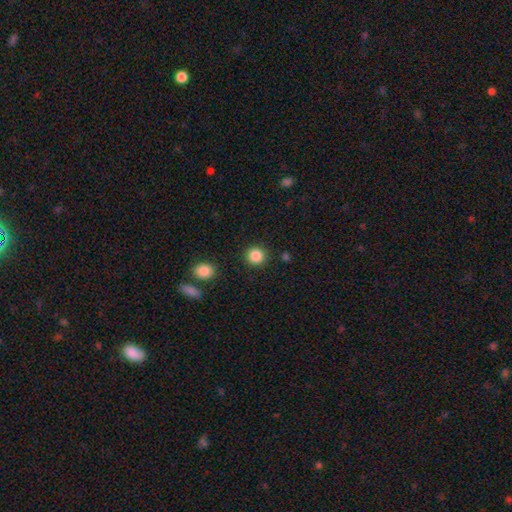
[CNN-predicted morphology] Smooth or featured?
  - smooth: 87% *
  - star or artifact: 10%
  - featured or disk: 3%
How rounded?
  - round: 92% *
  - in between: 7%
  - cigar-shaped: 1%
Merging?
  - none: 90% *
  - minor disturbance: 6%
  - major disturbance: 2%
  - merger: 2%